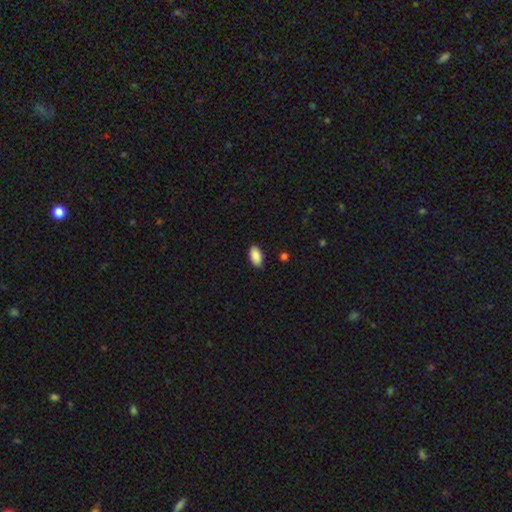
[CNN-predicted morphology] This appears to be a smooth galaxy with no disk features (90%) that is in between round and cigar-shaped (94%). Merging: none (85%).